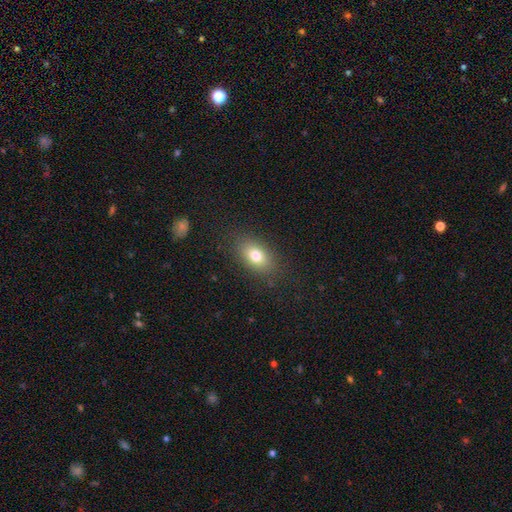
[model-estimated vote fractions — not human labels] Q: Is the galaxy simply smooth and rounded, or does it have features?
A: smooth — 77%.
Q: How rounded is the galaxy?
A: in between — 82%.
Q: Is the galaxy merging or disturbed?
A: none — 84%.